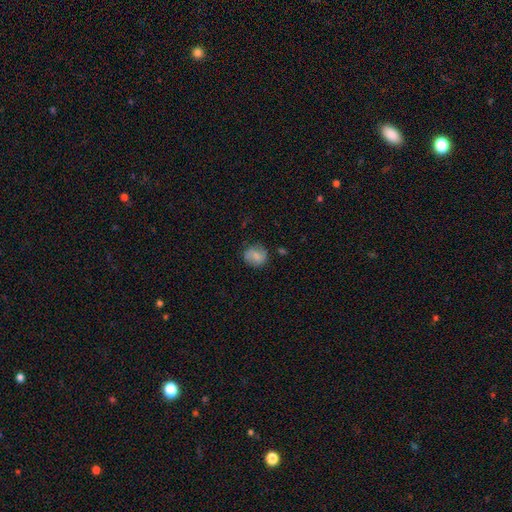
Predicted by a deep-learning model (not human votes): Morphology: type=smooth (69%); roundness=round (74%); merging=none (75%).